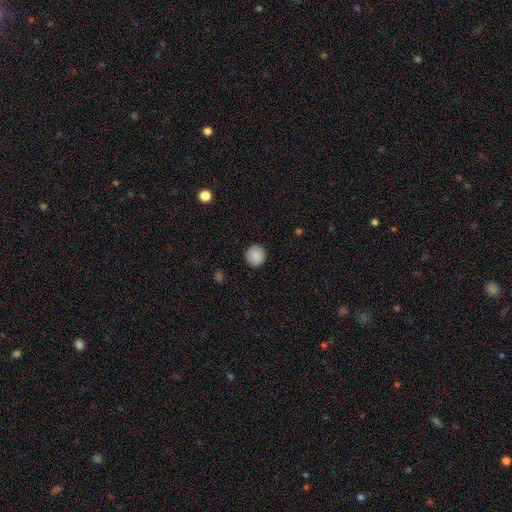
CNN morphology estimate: A smooth galaxy with no disk features (89%) that is round (93%). Merging: none (91%).